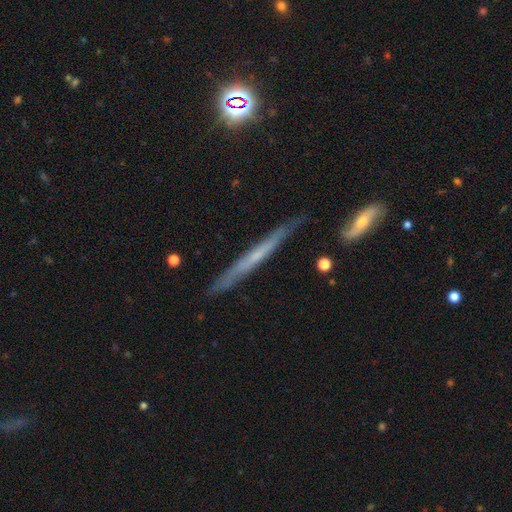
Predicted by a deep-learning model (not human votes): Overall: featured or disk (61%; smooth 31%). Edge-on disk: yes (94%). Edge-on bulge: none (75%). Merging: none (83%).